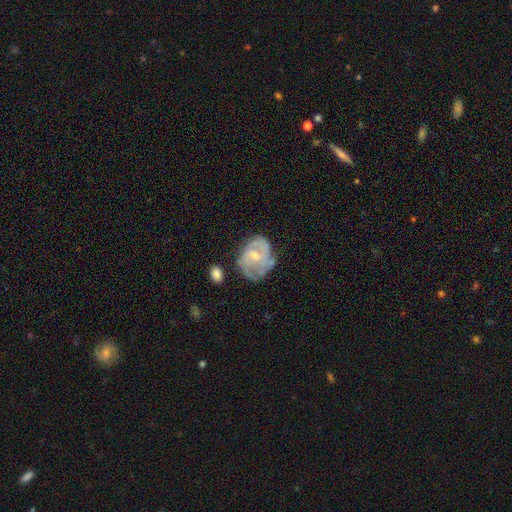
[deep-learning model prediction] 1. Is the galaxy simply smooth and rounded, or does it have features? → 74% featured or disk, 19% smooth, 6% star or artifact.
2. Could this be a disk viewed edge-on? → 98% no, 2% yes.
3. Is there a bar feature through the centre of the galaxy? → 53% no, 40% weak, 7% strong.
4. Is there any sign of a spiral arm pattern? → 83% yes, 17% no.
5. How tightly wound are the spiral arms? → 44% tight, 41% medium, 15% loose.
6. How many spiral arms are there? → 35% can't tell, 30% 2, 22% 3, 6% 4, 5% 1, 3% more than 4.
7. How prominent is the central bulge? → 61% small, 34% moderate, 3% none, 1% large, 1% dominant.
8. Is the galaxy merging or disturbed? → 50% none, 28% minor disturbance, 17% major disturbance, 5% merger.